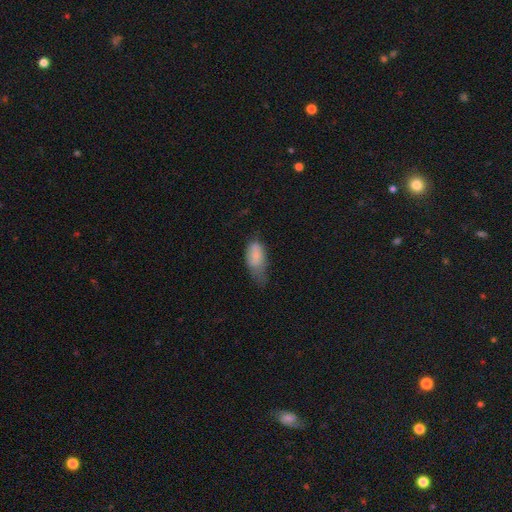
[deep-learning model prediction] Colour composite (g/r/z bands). It shows a smooth galaxy with no disk features (74%) that is in between round and cigar-shaped (90%). Merging: minor disturbance (40%).